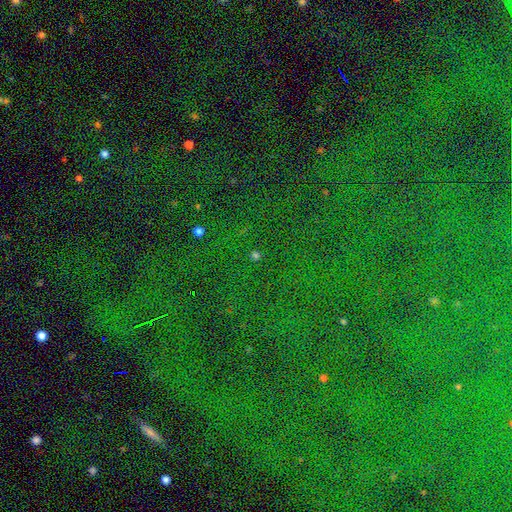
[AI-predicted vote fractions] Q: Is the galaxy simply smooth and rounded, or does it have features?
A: star or artifact — 71%.